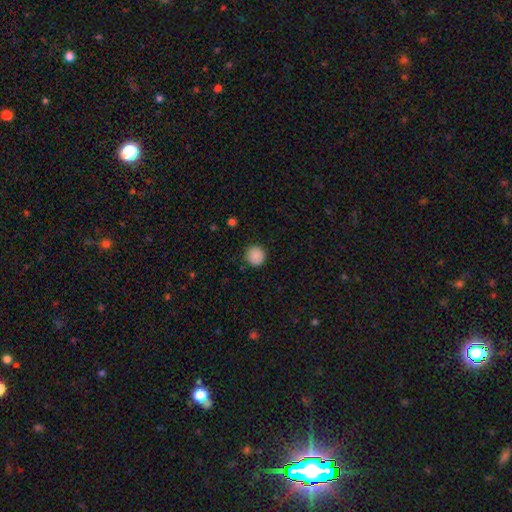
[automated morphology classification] This is clearly a smooth galaxy (88%). How rounded: clearly round (94%). Merging: clearly none (90%).